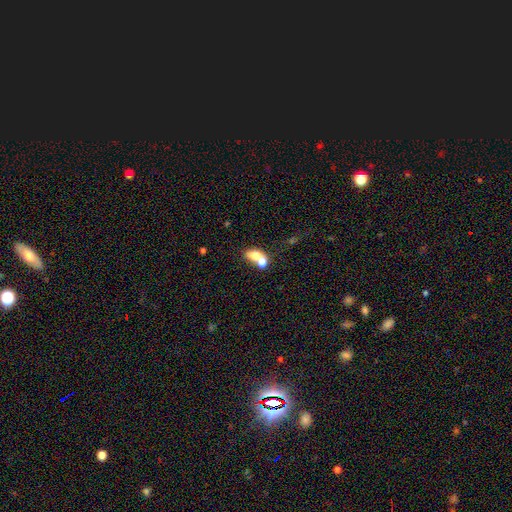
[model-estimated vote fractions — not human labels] Q: Smooth or featured?
A: smooth (69%); runner-up: featured or disk (20%)
Q: How rounded?
A: in between (72%); runner-up: round (26%)
Q: Merging?
A: merger (64%); runner-up: none (23%)